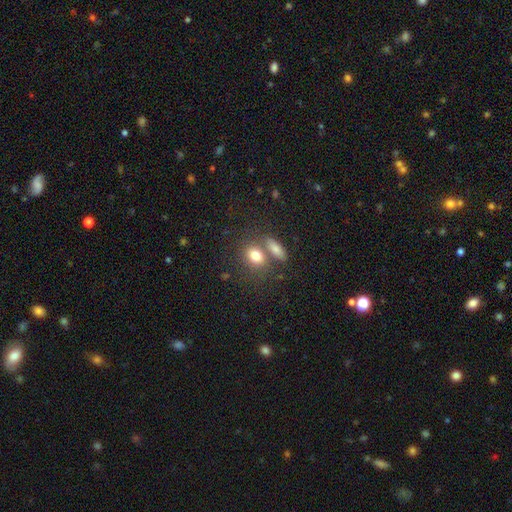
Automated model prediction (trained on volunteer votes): Overall: smooth (79%). How rounded: in between (59%; round 37%). Merging: none (50%; merger 35%).